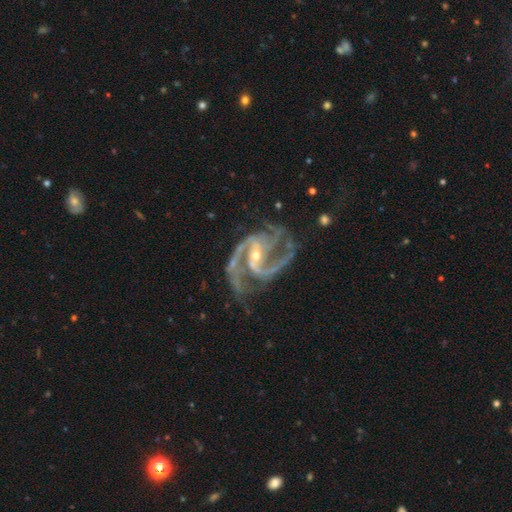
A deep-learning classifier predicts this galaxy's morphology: A featured or disk galaxy (93%) with a strong bar (38%), 2 (39%) medium (62%) spiral arms (99%) and a small central bulge (67%).

Vote fractions:
- Smooth or featured? featured or disk: 93% / star or artifact: 5% / smooth: 2%
- Edge-on disk? no: 98% / yes: 2%
- Bar? strong: 38% / weak: 37% / no: 25%
- Spiral arms? yes: 99% / no: 1%
- Spiral winding? medium: 62% / tight: 19% / loose: 19%
- Spiral arm count? 2: 39% / 3: 37% / 4: 7% / can't tell: 6% / 1: 5% / more than 4: 5%
- Bulge size? small: 67% / moderate: 30% / none: 1% / large: 1% / dominant: 1%
- Merging? none: 59% / minor disturbance: 20% / major disturbance: 18% / merger: 3%